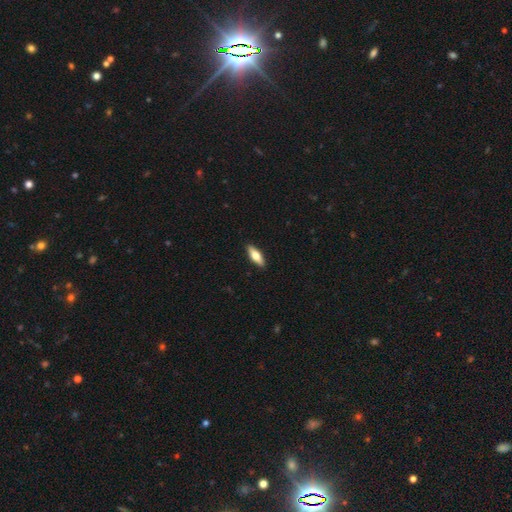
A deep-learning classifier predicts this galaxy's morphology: smooth_or_featured: smooth (p=0.63) [alt: featured or disk p=0.31]
how_rounded: in between (p=0.57) [alt: cigar-shaped p=0.41]
merging: none (p=0.90) [alt: minor disturbance p=0.07]